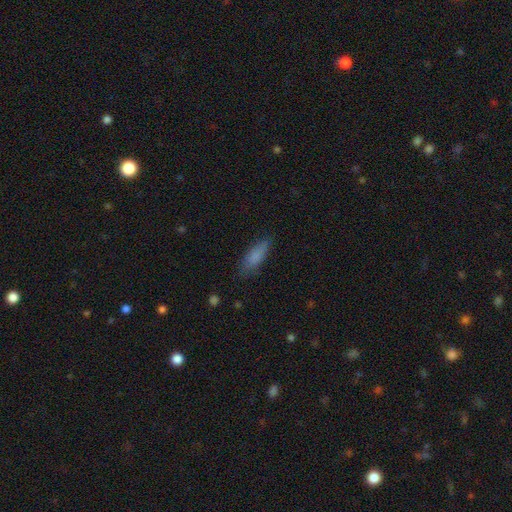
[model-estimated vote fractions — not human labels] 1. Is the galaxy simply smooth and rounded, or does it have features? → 81% smooth, 11% featured or disk, 8% star or artifact.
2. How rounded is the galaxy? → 56% in between, 42% cigar-shaped, 2% round.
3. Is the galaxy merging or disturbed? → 74% none, 20% minor disturbance, 5% major disturbance, 1% merger.